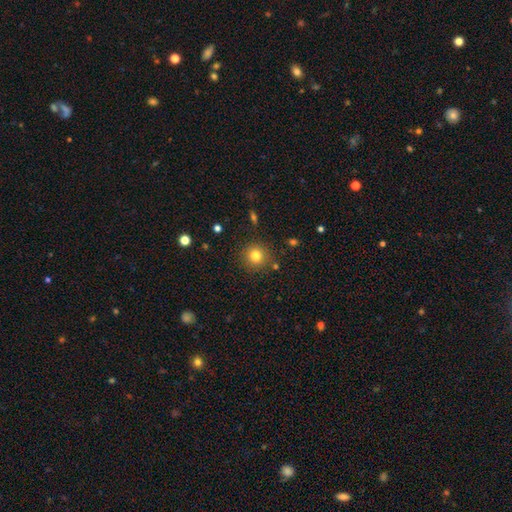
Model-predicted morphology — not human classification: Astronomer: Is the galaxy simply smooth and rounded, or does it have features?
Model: smooth — 80%.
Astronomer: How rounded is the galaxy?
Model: round — 94%.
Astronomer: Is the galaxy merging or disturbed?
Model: none — 88%.